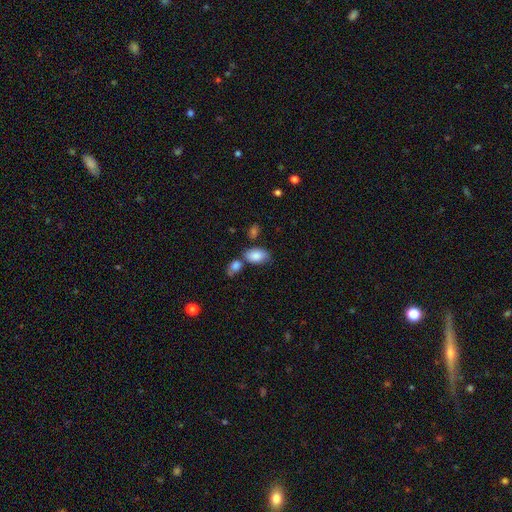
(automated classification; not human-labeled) This is clearly a smooth galaxy (84%). How rounded: clearly in between (91%). Merging: possibly none (52%).